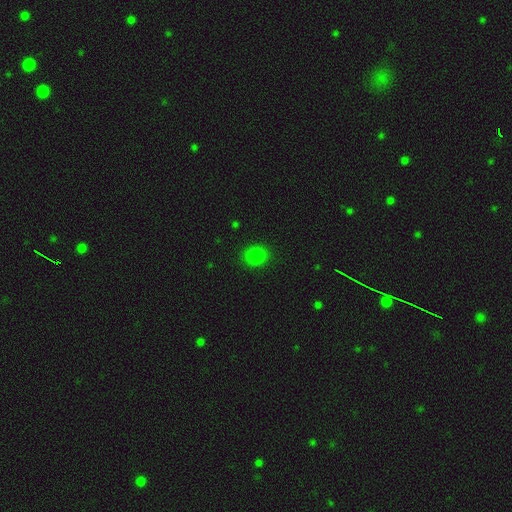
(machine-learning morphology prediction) The model was most divided on "how rounded": round: 64%, in between: 35%, cigar-shaped: 1%. More confident: merging — none (89%); smooth or featured — smooth (83%).